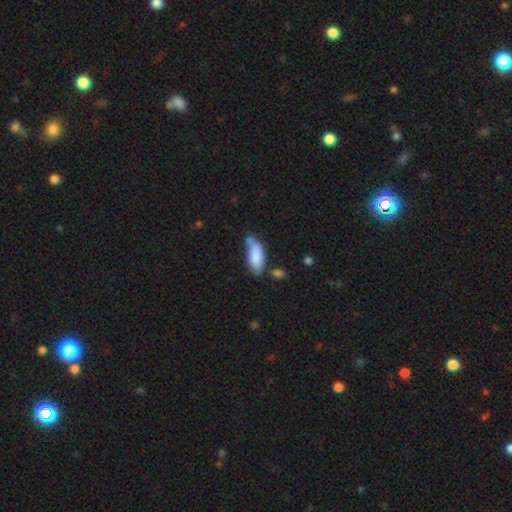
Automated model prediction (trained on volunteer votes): Smooth or featured? smooth (83%)
How rounded? in between (80%)
Merging? none (44%)